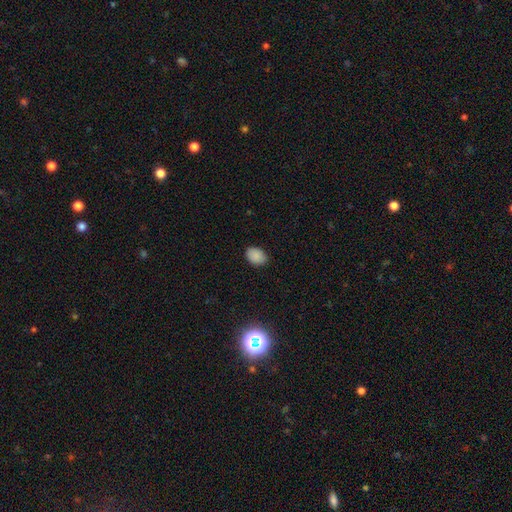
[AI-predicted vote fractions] A smooth galaxy with no disk features (87%) that is in between round and cigar-shaped (76%).

Vote fractions:
- Smooth or featured? smooth: 87% / star or artifact: 9% / featured or disk: 3%
- How rounded? in between: 76% / round: 23% / cigar-shaped: 1%
- Merging? none: 83% / minor disturbance: 13% / major disturbance: 2% / merger: 1%